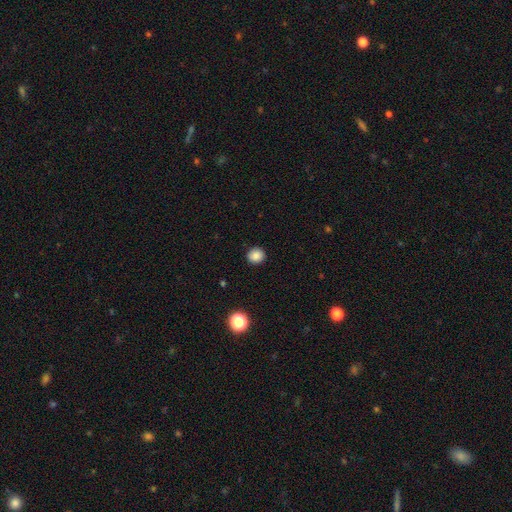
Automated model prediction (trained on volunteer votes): smooth 86%, star or artifact 11%, featured or disk 3%. Down the decision tree: how rounded — round (85%); merging — none (91%).